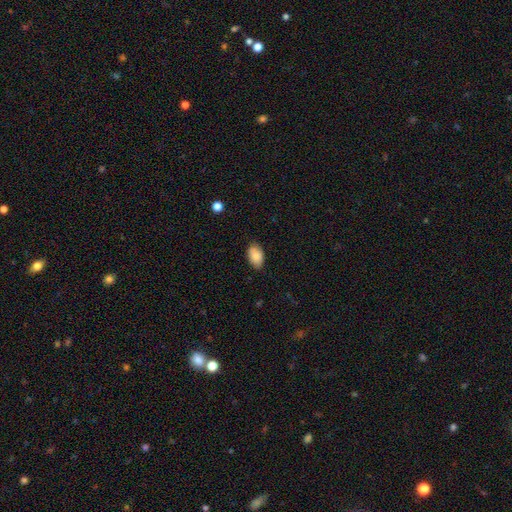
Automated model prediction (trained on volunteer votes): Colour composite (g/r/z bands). It shows a smooth galaxy with no disk features (86%) that is in between round and cigar-shaped (92%). Merging: none (79%).